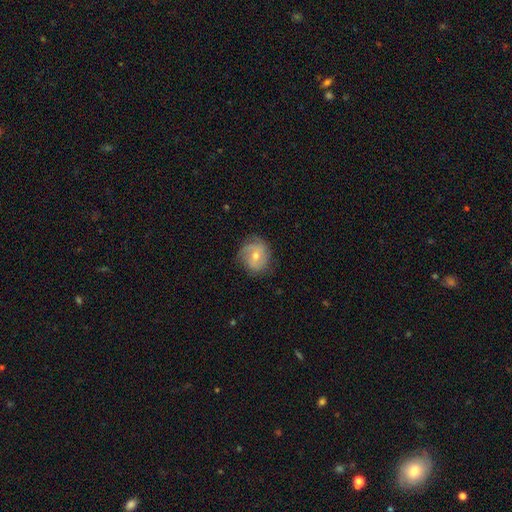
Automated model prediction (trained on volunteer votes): Smooth or featured? Predicted: featured or disk (p=0.66). Edge-on disk? Predicted: no (p=0.97). Bar? Predicted: weak (p=0.44). Spiral arms? Predicted: yes (p=0.88). Spiral winding? Predicted: tight (p=0.44). Spiral arm count? Predicted: 2 (p=0.43). Bulge size? Predicted: moderate (p=0.57). Merging? Predicted: none (p=0.74).